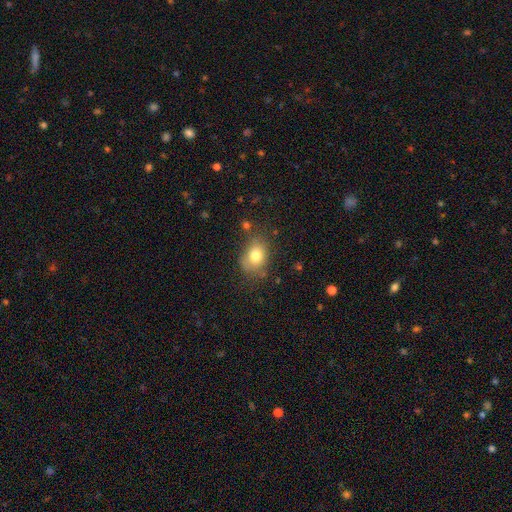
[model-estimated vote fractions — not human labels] Smooth or featured: smooth — 77% (featured or disk — 12%)
How rounded: in between — 59% (round — 40%)
Merging: none — 66% (minor disturbance — 23%)